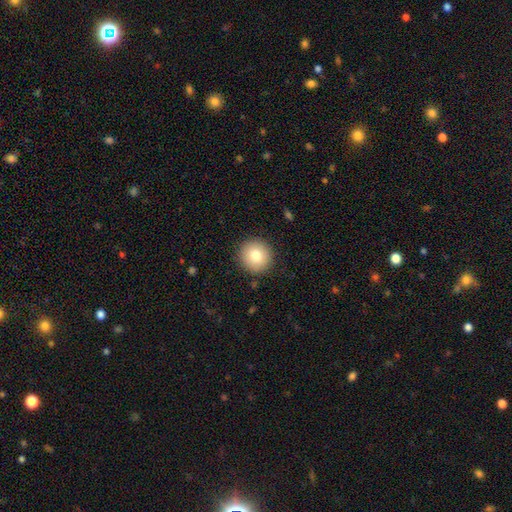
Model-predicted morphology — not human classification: This appears to be a smooth galaxy with no disk features (78%) that is round (94%). Merging: none (90%).